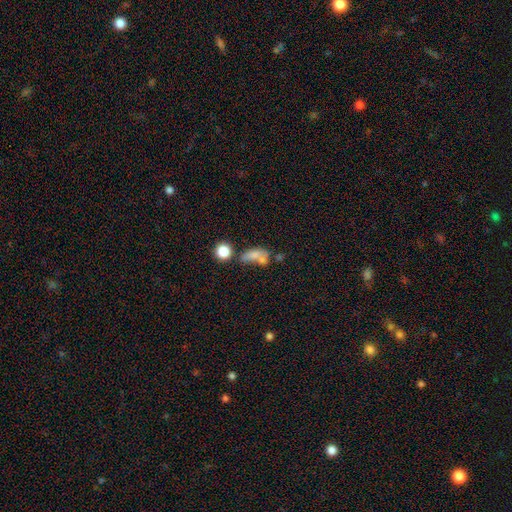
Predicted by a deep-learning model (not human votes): smooth-or-featured: smooth: 66% | featured or disk: 21% | star or artifact: 14%
  how-rounded: in between: 73% | round: 17% | cigar-shaped: 9%
  merging: merger: 38% | none: 28% | major disturbance: 18% | minor disturbance: 16%